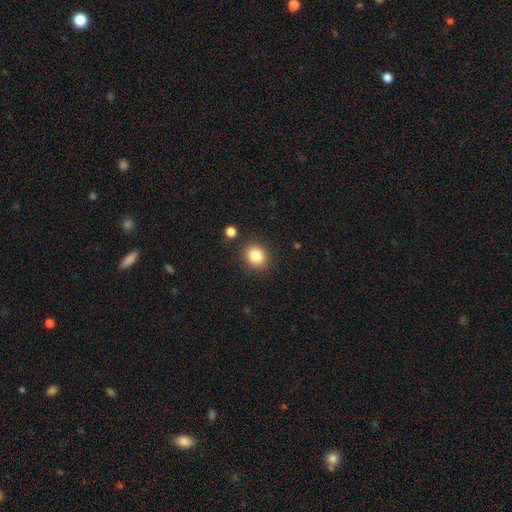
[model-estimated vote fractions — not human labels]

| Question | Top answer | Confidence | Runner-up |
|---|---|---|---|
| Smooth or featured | smooth | 84% | star or artifact (11%) |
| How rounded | round | 77% | in between (23%) |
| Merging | none | 86% | minor disturbance (8%) |